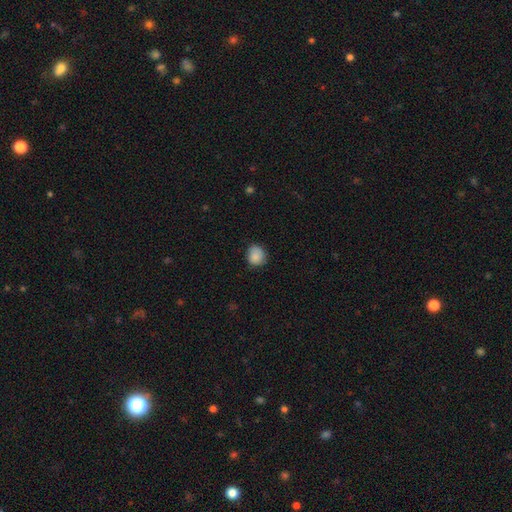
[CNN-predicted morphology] This appears to be a smooth galaxy with no disk features (85%) that is round (78%). Merging: none (71%).